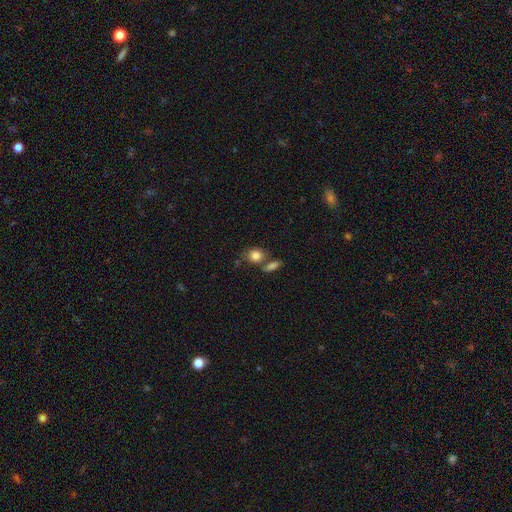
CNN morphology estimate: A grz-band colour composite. It shows a smooth galaxy with no disk features (83%) that is round (56%). Merging: none (53%).